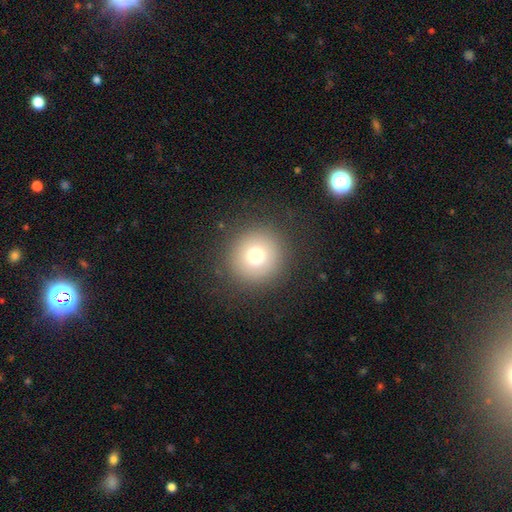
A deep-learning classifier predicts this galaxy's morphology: Q: Smooth or featured?
A: smooth (73%); runner-up: star or artifact (15%)
Q: How rounded?
A: round (95%); runner-up: in between (4%)
Q: Merging?
A: none (89%); runner-up: minor disturbance (6%)